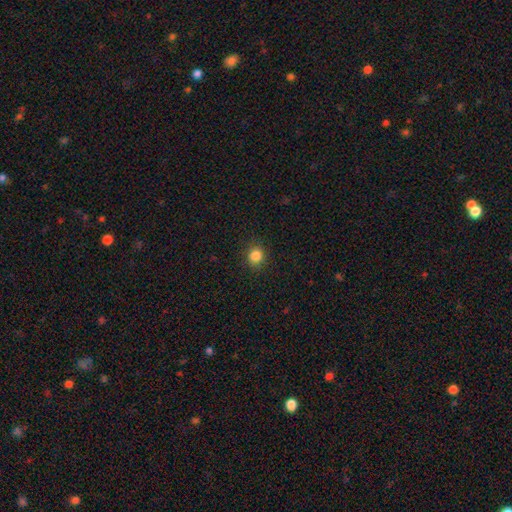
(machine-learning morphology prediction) Smooth or featured?
  - smooth: 85% *
  - star or artifact: 12%
  - featured or disk: 4%
How rounded?
  - round: 83% *
  - in between: 16%
  - cigar-shaped: 1%
Merging?
  - none: 89% *
  - minor disturbance: 8%
  - major disturbance: 2%
  - merger: 1%